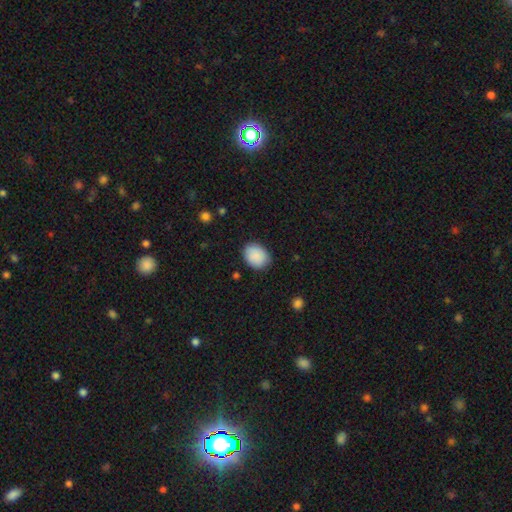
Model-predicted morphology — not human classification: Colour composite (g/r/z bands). It shows a smooth galaxy with no disk features (89%) that is in between round and cigar-shaped (60%). Merging: none (83%).